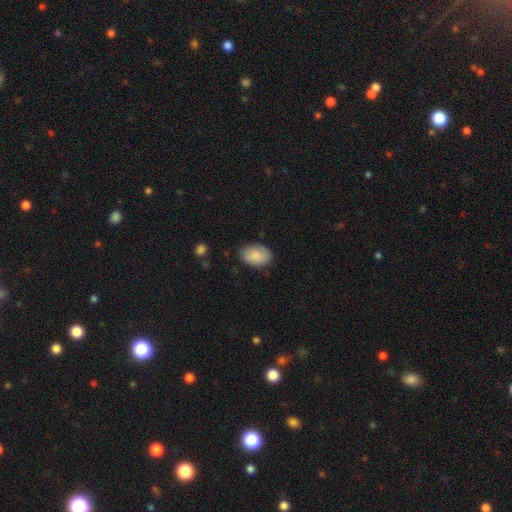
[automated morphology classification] smooth-or-featured: smooth: 86% | featured or disk: 7% | star or artifact: 6%
  how-rounded: in between: 87% | round: 11% | cigar-shaped: 1%
  merging: none: 79% | minor disturbance: 16% | major disturbance: 3% | merger: 1%